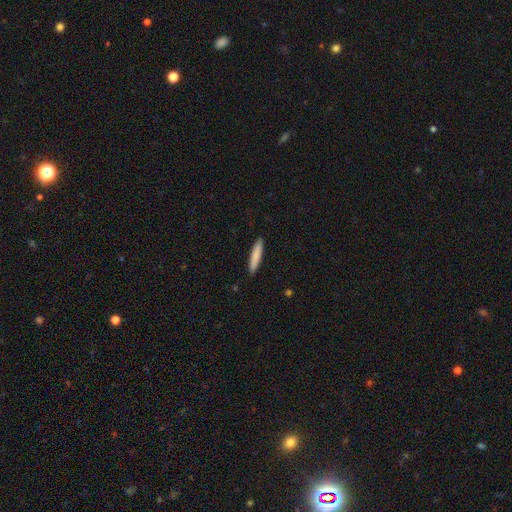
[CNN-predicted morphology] A smooth galaxy with no disk features (84%) that is cigar-shaped (89%). Merging: none (91%).